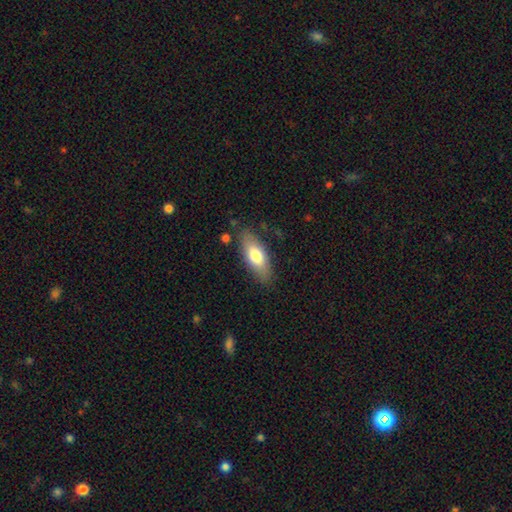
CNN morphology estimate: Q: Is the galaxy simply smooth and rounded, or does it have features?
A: smooth — 73%.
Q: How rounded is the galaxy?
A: in between — 77%.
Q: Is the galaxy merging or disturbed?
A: none — 80%.